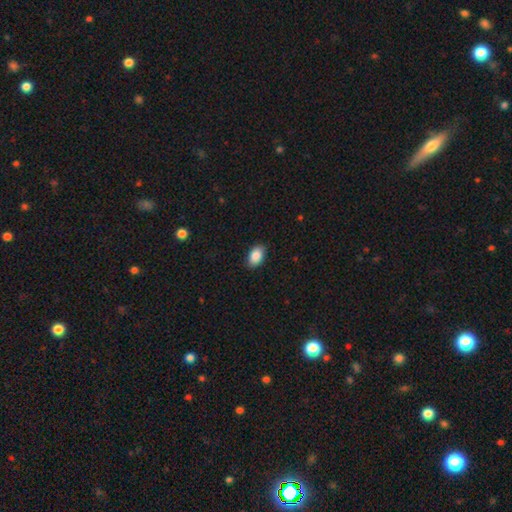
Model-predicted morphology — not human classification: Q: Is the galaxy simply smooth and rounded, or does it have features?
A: smooth — 88%.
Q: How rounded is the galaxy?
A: in between — 90%.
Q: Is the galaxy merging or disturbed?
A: none — 88%.